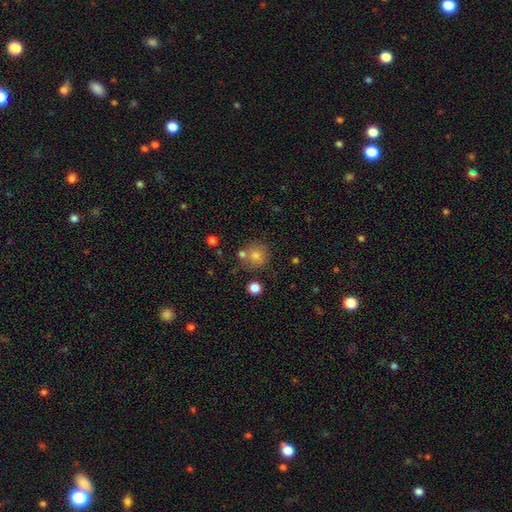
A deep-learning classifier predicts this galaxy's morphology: Smooth or featured: smooth — 75% (star or artifact — 15%)
How rounded: round — 89% (in between — 10%)
Merging: none — 71% (merger — 15%)